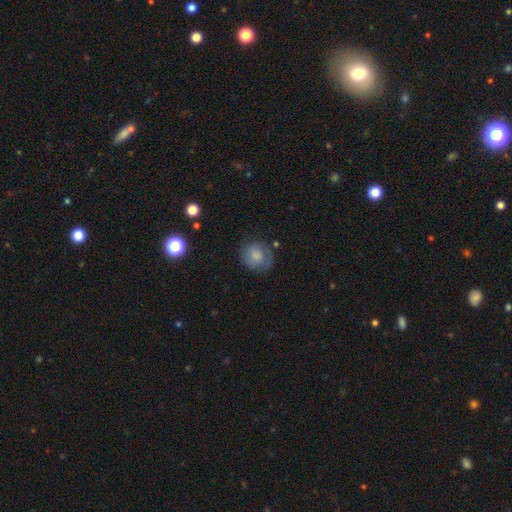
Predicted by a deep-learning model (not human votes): Smooth or featured: smooth — 54% (featured or disk — 37%)
How rounded: round — 82% (in between — 17%)
Merging: none — 71% (minor disturbance — 19%)